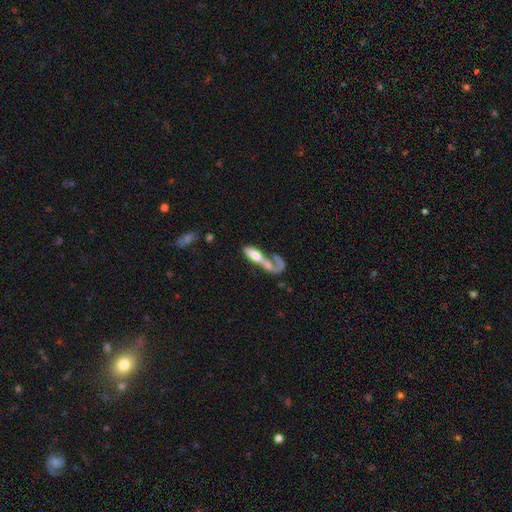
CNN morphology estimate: Smooth or featured: smooth — 47% (featured or disk — 46%)
Merging: merger — 50% (none — 22%)